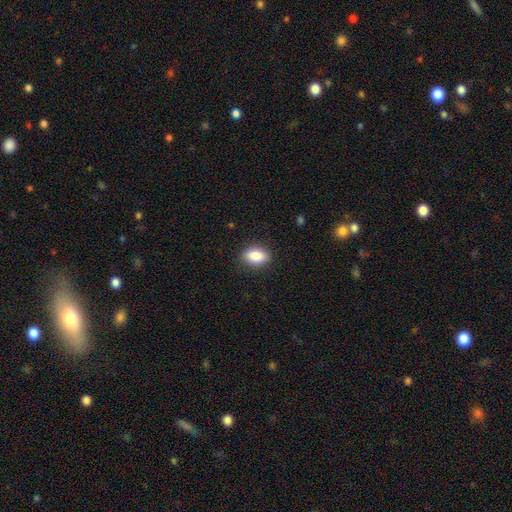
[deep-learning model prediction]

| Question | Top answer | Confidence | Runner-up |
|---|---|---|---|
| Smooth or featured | smooth | 86% | star or artifact (8%) |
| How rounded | in between | 85% | round (13%) |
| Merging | none | 86% | minor disturbance (10%) |